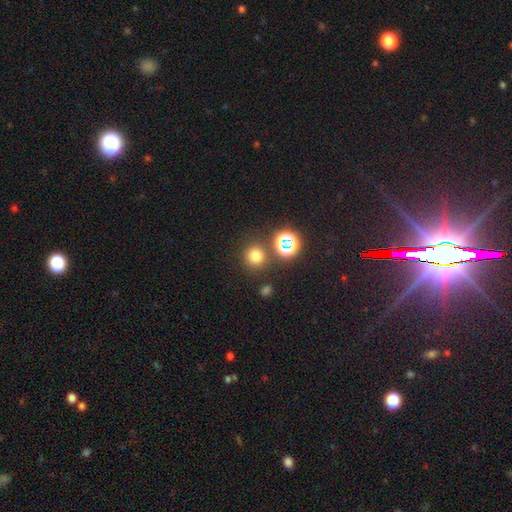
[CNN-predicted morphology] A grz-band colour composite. It shows a smooth galaxy with no disk features (72%) that is round (92%). Merging: none (82%).